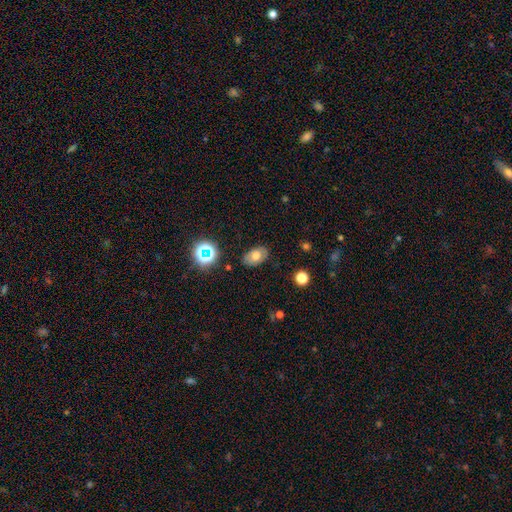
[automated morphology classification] smooth_or_featured: smooth (p=0.68) [alt: featured or disk p=0.20]
how_rounded: in between (p=0.87) [alt: round p=0.11]
merging: none (p=0.83) [alt: minor disturbance p=0.12]